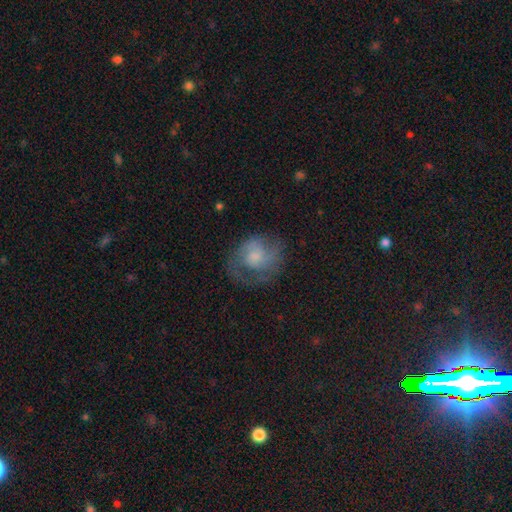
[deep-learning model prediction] Smooth or featured? Predicted: featured or disk (p=0.56). Edge-on disk? Predicted: no (p=0.98). Bar? Predicted: no (p=0.73). Spiral arms? Predicted: yes (p=0.78). Bulge size? Predicted: moderate (p=0.36). Merging? Predicted: none (p=0.55).